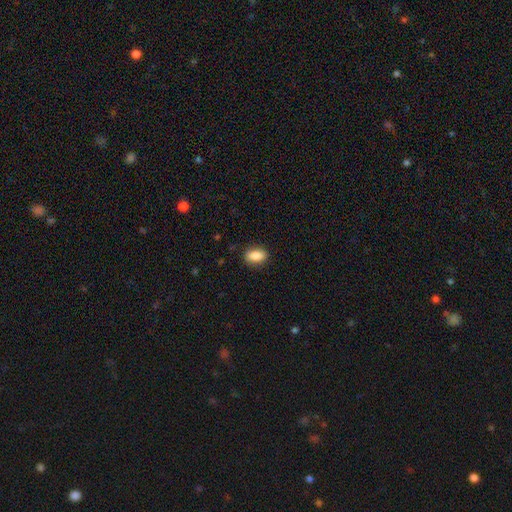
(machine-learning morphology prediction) Q: Smooth or featured?
A: smooth (86%); runner-up: star or artifact (7%)
Q: How rounded?
A: in between (86%); runner-up: round (8%)
Q: Merging?
A: none (87%); runner-up: minor disturbance (10%)